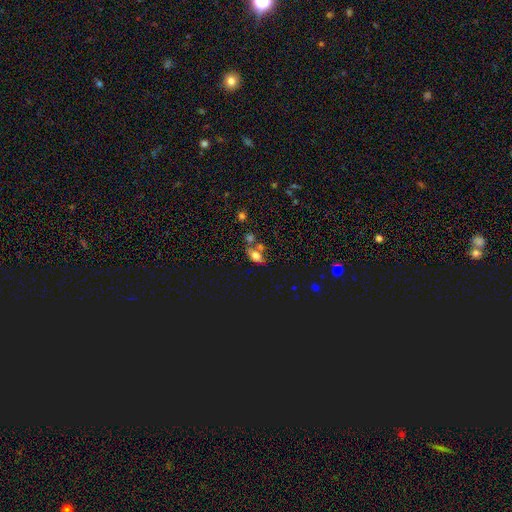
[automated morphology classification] A smooth galaxy with no disk features (63%) that is in between round and cigar-shaped (77%). Merging: none (47%).